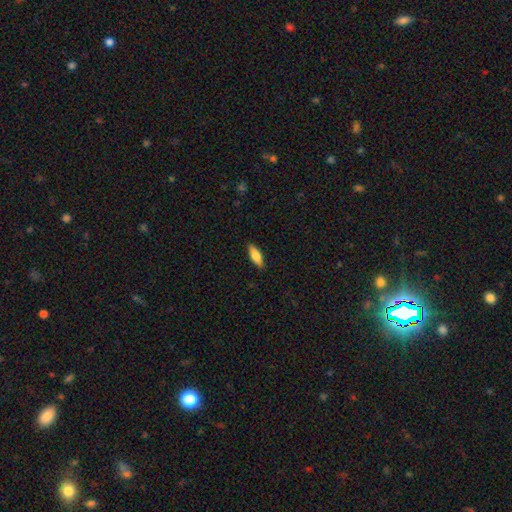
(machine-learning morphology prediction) A smooth galaxy with no disk features (74%) that is in between round and cigar-shaped (61%). Merging: none (89%).